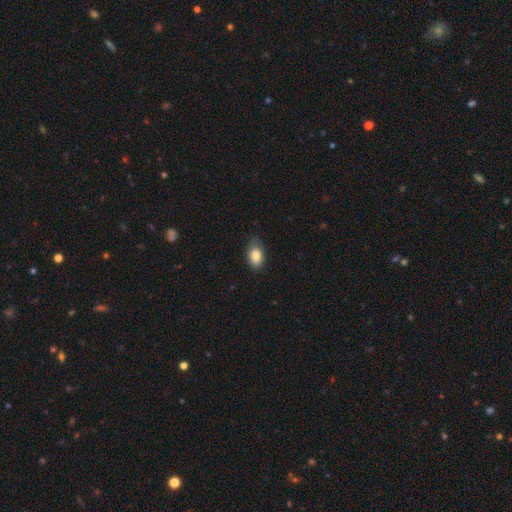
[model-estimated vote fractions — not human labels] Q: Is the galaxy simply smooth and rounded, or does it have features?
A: smooth — 86%.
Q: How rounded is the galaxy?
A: in between — 87%.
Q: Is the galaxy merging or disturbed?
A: none — 70%.